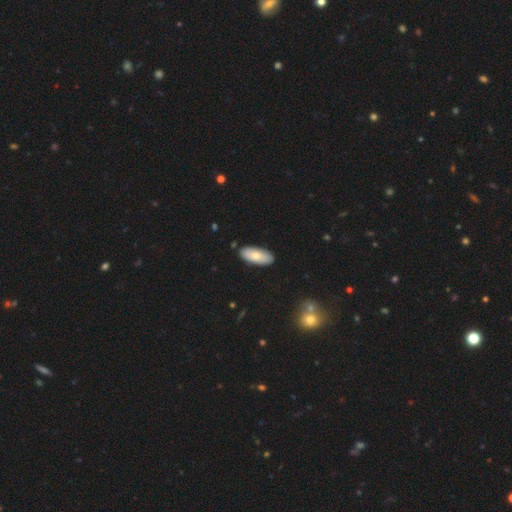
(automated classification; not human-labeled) Morphology: type=smooth (73%); roundness=in between (85%); merging=none (88%).